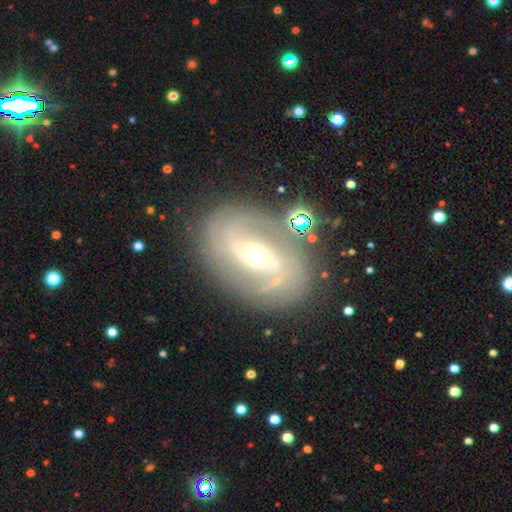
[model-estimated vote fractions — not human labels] The model was most divided on "bar": weak: 39%, no: 38%, strong: 22%. Remaining: edge-on disk — no (96%); spiral arms — yes (93%); smooth or featured — featured or disk (85%); merging — none (79%); spiral arm count — 2 (73%); bulge size — moderate (62%); spiral winding — tight (45%).